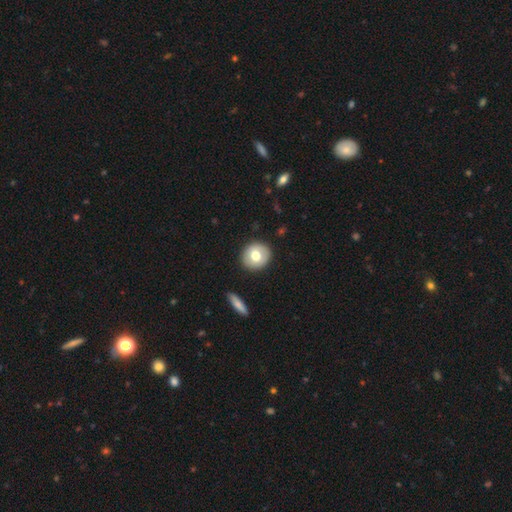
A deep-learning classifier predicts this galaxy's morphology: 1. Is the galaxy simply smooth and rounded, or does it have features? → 69% smooth, 24% featured or disk, 7% star or artifact.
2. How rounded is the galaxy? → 86% round, 13% in between, 1% cigar-shaped.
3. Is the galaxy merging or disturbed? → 90% none, 7% minor disturbance, 2% major disturbance, 1% merger.